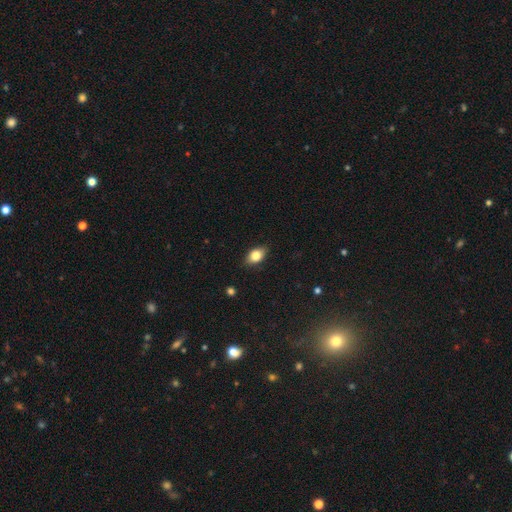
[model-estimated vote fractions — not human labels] This is clearly a smooth galaxy (82%). How rounded: clearly in between (84%). Merging: clearly none (83%).